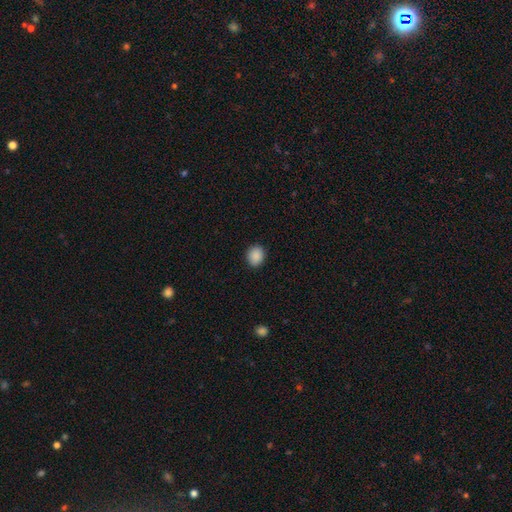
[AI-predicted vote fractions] Smooth or featured?
  - smooth: 89% *
  - star or artifact: 8%
  - featured or disk: 3%
How rounded?
  - round: 63% *
  - in between: 36%
  - cigar-shaped: 1%
Merging?
  - none: 90% *
  - minor disturbance: 7%
  - major disturbance: 2%
  - merger: 1%